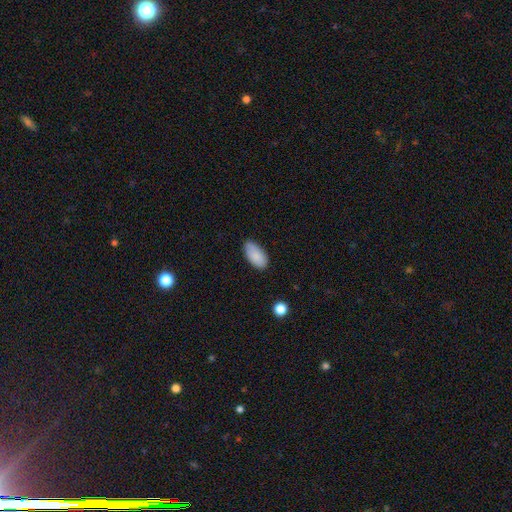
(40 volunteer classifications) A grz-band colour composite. It shows a smooth galaxy with no disk features (92%) that is in between round and cigar-shaped (92%). Merging: none (76%).